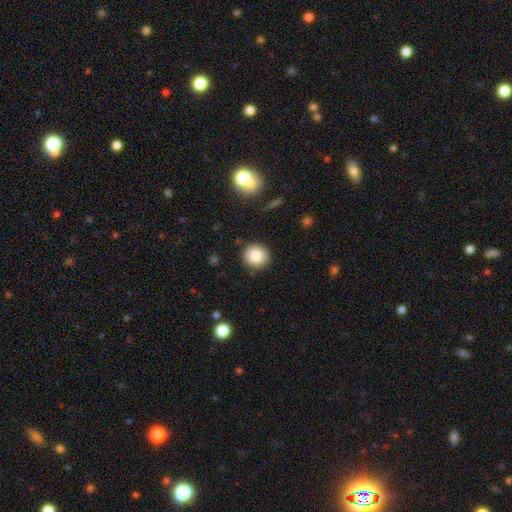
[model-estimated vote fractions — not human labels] smooth_or_featured: smooth (p=0.85) [alt: star or artifact p=0.09]
how_rounded: round (p=0.90) [alt: in between p=0.10]
merging: none (p=0.89) [alt: minor disturbance p=0.07]